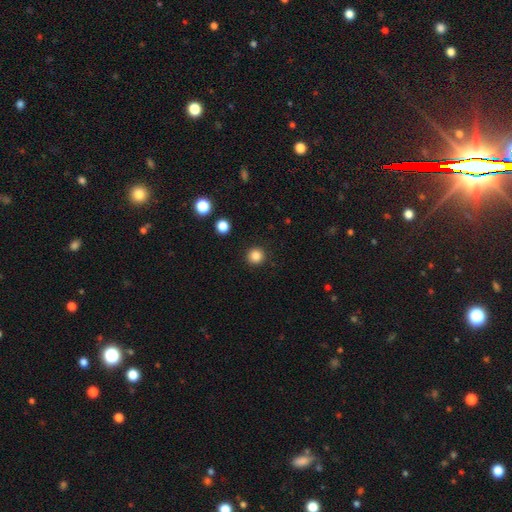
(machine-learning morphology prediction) A smooth galaxy with no disk features (85%) that is round (95%).

Vote fractions:
- Smooth or featured? smooth: 85% / star or artifact: 11% / featured or disk: 4%
- How rounded? round: 95% / in between: 4% / cigar-shaped: 1%
- Merging? none: 92% / minor disturbance: 5% / major disturbance: 2% / merger: 1%